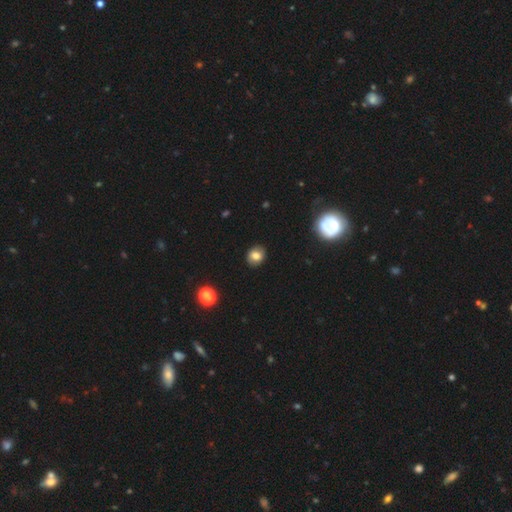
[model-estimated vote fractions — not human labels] The model was most divided on "how rounded": round: 58%, in between: 41%, cigar-shaped: 1%. More confident: merging — none (87%); smooth or featured — smooth (76%).